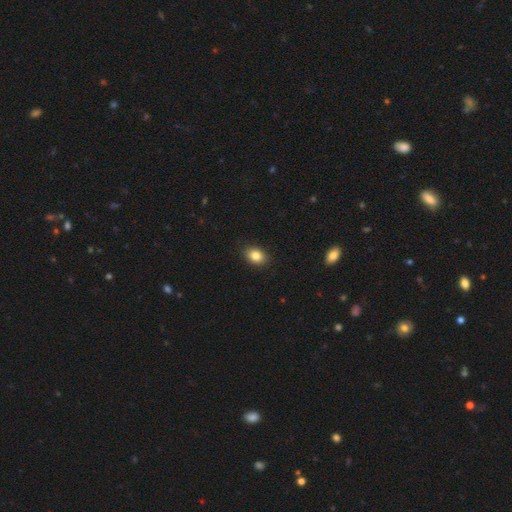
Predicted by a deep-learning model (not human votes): Overall: smooth (84%). How rounded: in between (72%). Merging: none (89%).